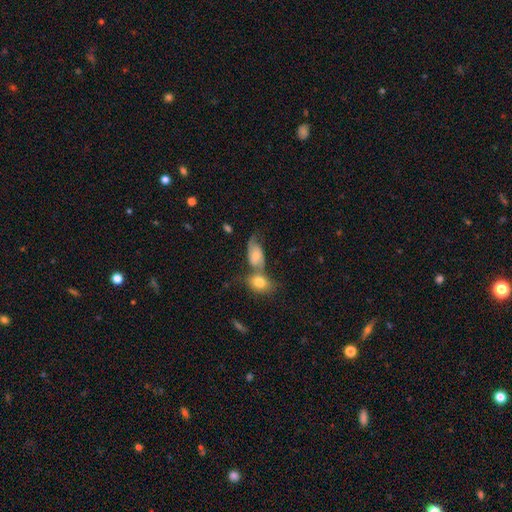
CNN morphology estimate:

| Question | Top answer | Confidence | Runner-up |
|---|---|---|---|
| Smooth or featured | featured or disk | 55% | smooth (37%) |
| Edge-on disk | no | 95% | yes (5%) |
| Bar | no | 64% | weak (29%) |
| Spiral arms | yes | 87% | no (13%) |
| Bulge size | moderate | 42% | small (39%) |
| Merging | merger | 48% | none (28%) |